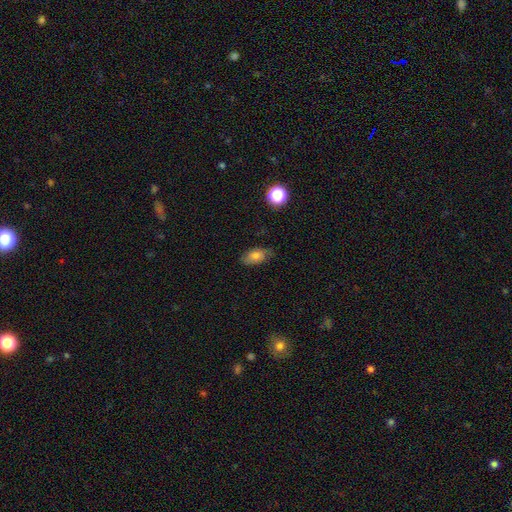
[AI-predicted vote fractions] Smooth or featured? Predicted: smooth (p=0.74). How rounded? Predicted: in between (p=0.89). Merging? Predicted: none (p=0.73).